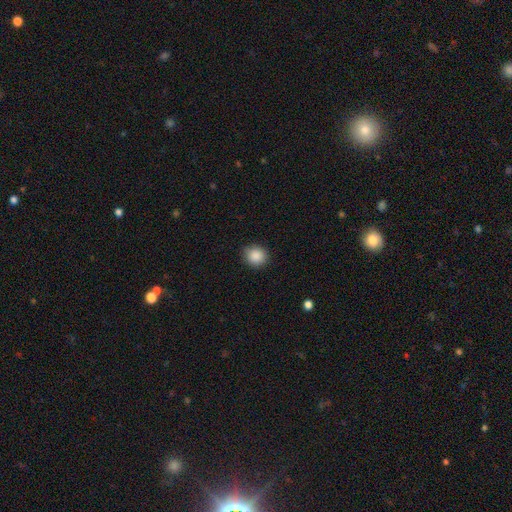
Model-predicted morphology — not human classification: Smooth or featured? smooth (88%)
How rounded? round (84%)
Merging? none (86%)